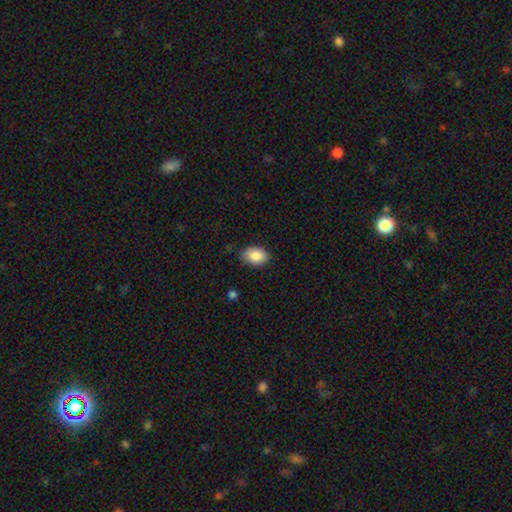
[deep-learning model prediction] Overall: smooth (87%). How rounded: in between (85%). Merging: none (83%).